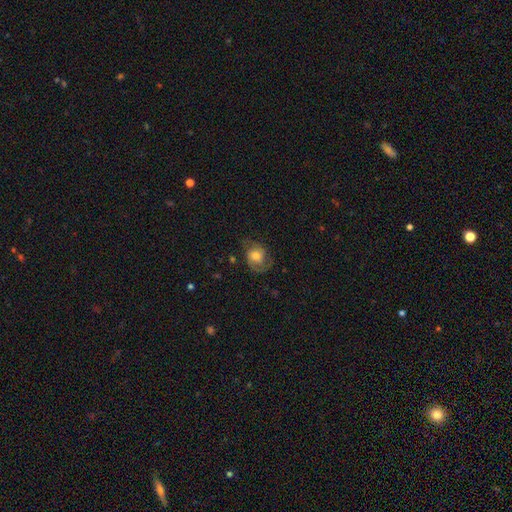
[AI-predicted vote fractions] Smooth or featured?
  - featured or disk: 52% *
  - smooth: 39%
  - star or artifact: 9%
Edge-on disk?
  - no: 97% *
  - yes: 3%
Bar?
  - no: 67% *
  - weak: 27%
  - strong: 5%
Spiral arms?
  - yes: 84% *
  - no: 16%
Bulge size?
  - moderate: 54% *
  - small: 20%
  - large: 20%
  - none: 3%
  - dominant: 3%
Merging?
  - none: 62% *
  - minor disturbance: 22%
  - major disturbance: 15%
  - merger: 1%